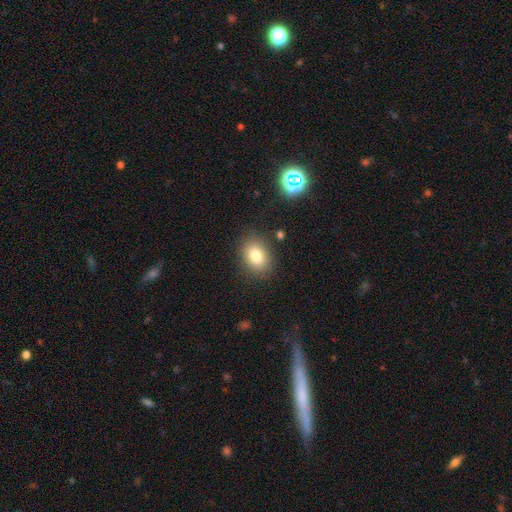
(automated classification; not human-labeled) Morphology: type=smooth (80%); roundness=in between (67%); merging=none (85%).